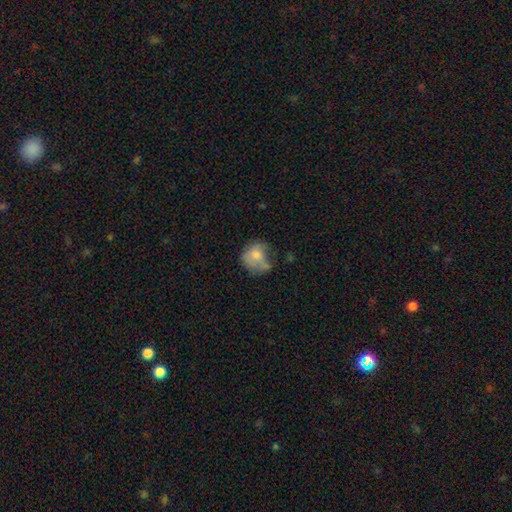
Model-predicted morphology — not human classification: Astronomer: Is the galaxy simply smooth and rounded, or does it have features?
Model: smooth — 68%.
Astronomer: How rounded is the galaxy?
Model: round — 62%.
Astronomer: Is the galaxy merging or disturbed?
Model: none — 37% (runner-up: minor disturbance, 31%).